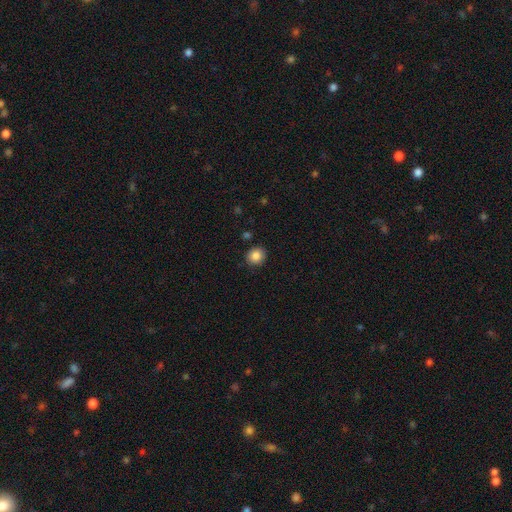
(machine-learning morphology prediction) Overall: smooth (86%). How rounded: round (84%). Merging: none (89%).